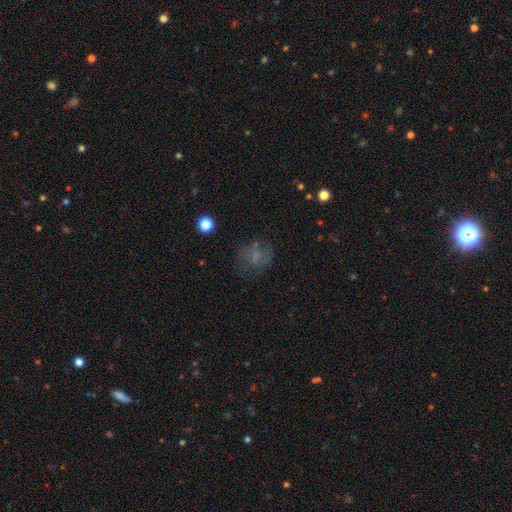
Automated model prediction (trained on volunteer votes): smooth 57%, featured or disk 26%, star or artifact 17%. Down the decision tree: how rounded — round (63%); merging — none (63%).